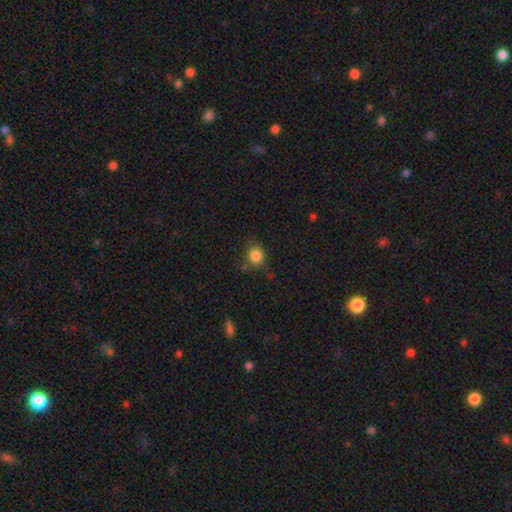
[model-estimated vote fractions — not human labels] The model was most divided on "merging": none: 64%, minor disturbance: 25%, major disturbance: 7%, merger: 4%. More confident: smooth or featured — smooth (83%); how rounded — round (73%).